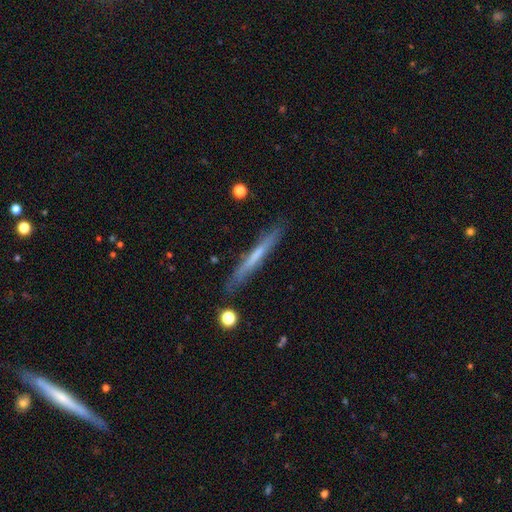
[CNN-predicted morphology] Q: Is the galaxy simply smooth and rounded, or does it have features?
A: smooth — 48%.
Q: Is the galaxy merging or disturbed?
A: none — 84%.